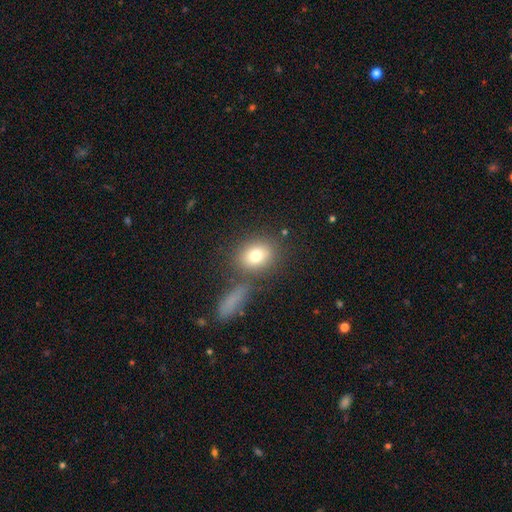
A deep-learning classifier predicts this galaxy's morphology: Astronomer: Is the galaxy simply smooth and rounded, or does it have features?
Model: smooth — 78%.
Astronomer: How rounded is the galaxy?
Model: round — 50% (runner-up: in between, 47%).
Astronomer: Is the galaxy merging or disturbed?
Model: none — 73%.